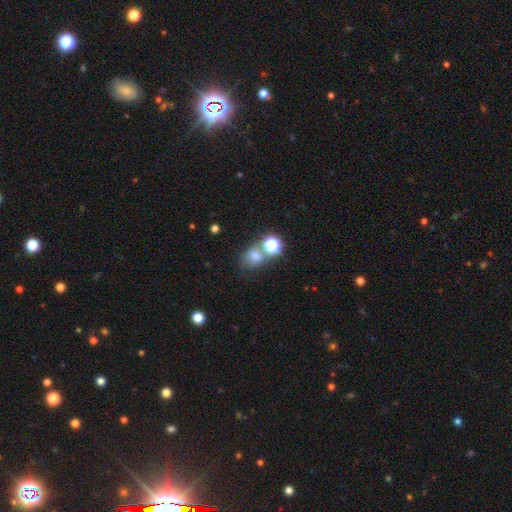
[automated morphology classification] smooth_or_featured: smooth (p=0.67) [alt: star or artifact p=0.23]
how_rounded: round (p=0.54) [alt: in between p=0.44]
merging: none (p=0.46) [alt: merger p=0.32]